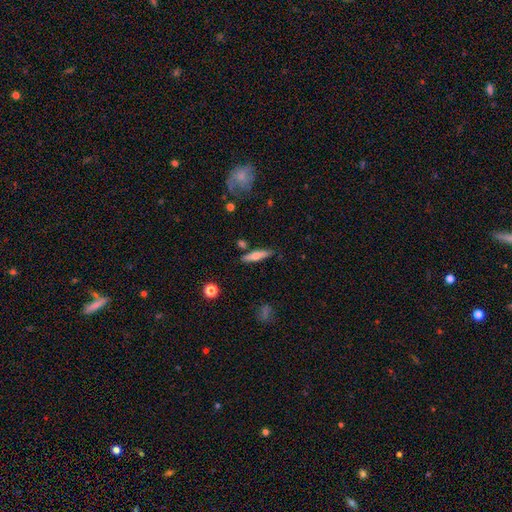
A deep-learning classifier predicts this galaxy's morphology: Smooth or featured: smooth — 55% (featured or disk — 38%)
How rounded: cigar-shaped — 77% (in between — 20%)
Merging: none — 82% (minor disturbance — 10%)